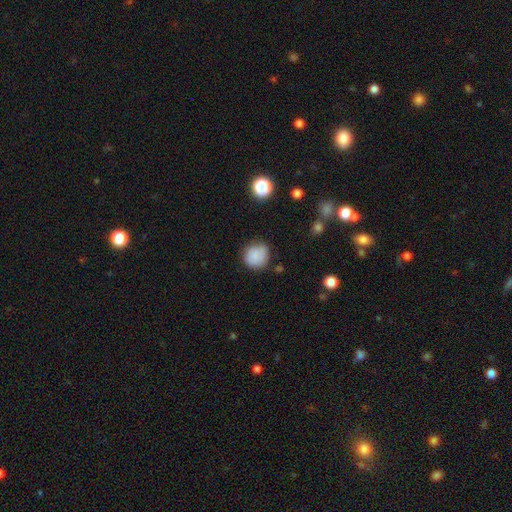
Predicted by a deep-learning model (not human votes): The model was most divided on "merging": none: 72%, minor disturbance: 21%, major disturbance: 5%, merger: 2%. More confident: how rounded — round (88%); smooth or featured — smooth (85%).